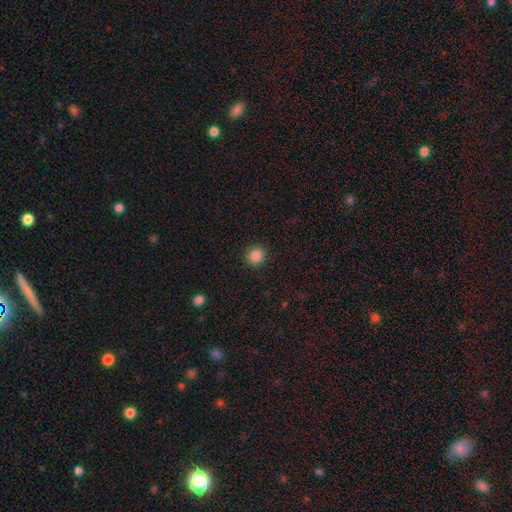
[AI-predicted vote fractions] Q: Smooth or featured?
A: smooth (87%); runner-up: star or artifact (10%)
Q: How rounded?
A: round (90%); runner-up: in between (9%)
Q: Merging?
A: none (91%); runner-up: minor disturbance (6%)